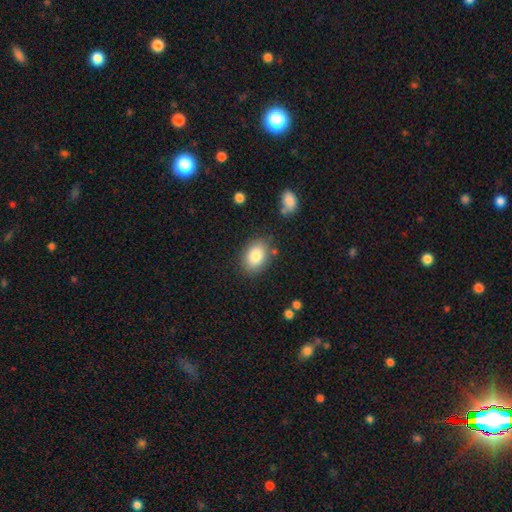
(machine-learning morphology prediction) Q: Smooth or featured?
A: smooth (83%); runner-up: featured or disk (10%)
Q: How rounded?
A: in between (81%); runner-up: round (18%)
Q: Merging?
A: none (81%); runner-up: minor disturbance (12%)